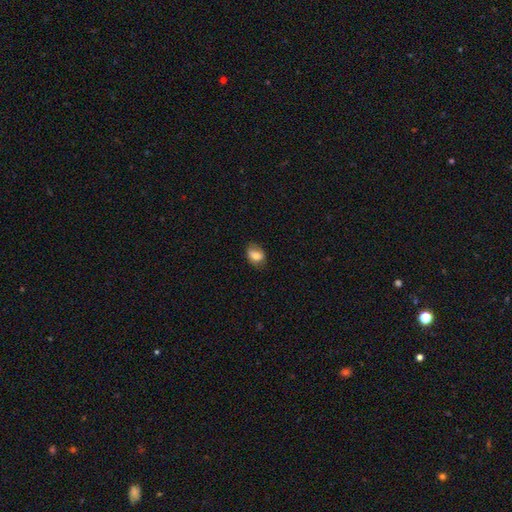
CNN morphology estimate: smooth-or-featured: smooth: 75% | featured or disk: 17% | star or artifact: 9%
  how-rounded: in between: 66% | round: 32% | cigar-shaped: 1%
  merging: none: 74% | minor disturbance: 20% | major disturbance: 5% | merger: 1%